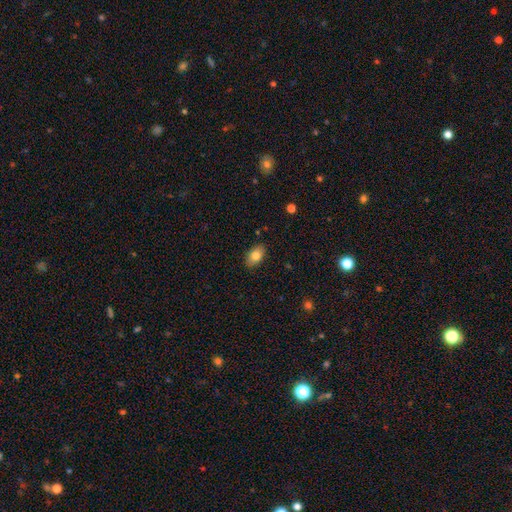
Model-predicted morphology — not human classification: This appears to be a smooth galaxy with no disk features (81%) that is in between round and cigar-shaped (89%). Merging: none (85%).